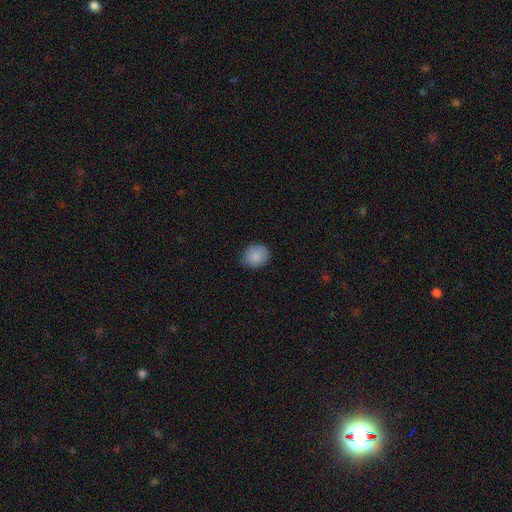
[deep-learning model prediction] Q: Smooth or featured?
A: smooth (88%); runner-up: star or artifact (8%)
Q: How rounded?
A: round (65%); runner-up: in between (34%)
Q: Merging?
A: none (84%); runner-up: minor disturbance (12%)